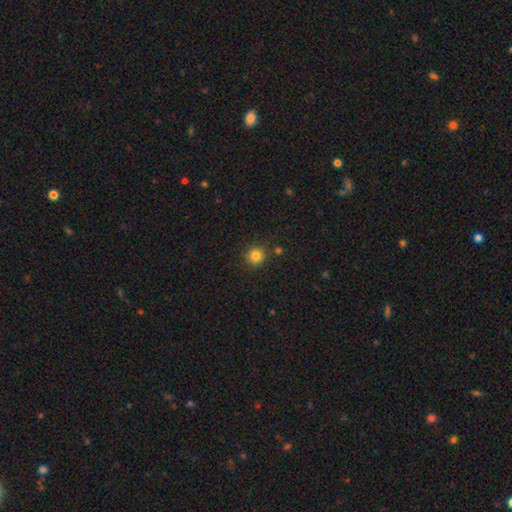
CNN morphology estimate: type=smooth (82%); roundness=round (92%); merging=none (87%).